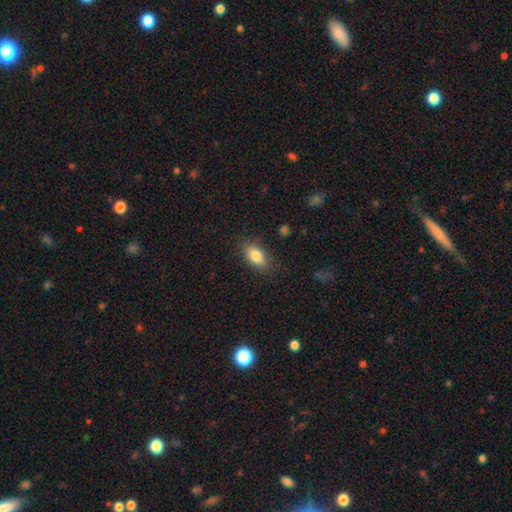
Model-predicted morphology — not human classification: smooth_or_featured: smooth (p=0.83) [alt: featured or disk p=0.09]
how_rounded: in between (p=0.88) [alt: round p=0.06]
merging: none (p=0.83) [alt: minor disturbance p=0.12]